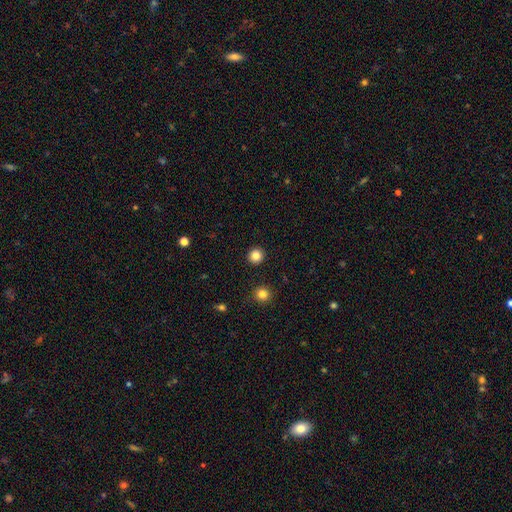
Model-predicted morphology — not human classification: Smooth or featured?
  - smooth: 84% *
  - star or artifact: 11%
  - featured or disk: 4%
How rounded?
  - round: 94% *
  - in between: 5%
  - cigar-shaped: 1%
Merging?
  - none: 93% *
  - minor disturbance: 4%
  - major disturbance: 2%
  - merger: 1%